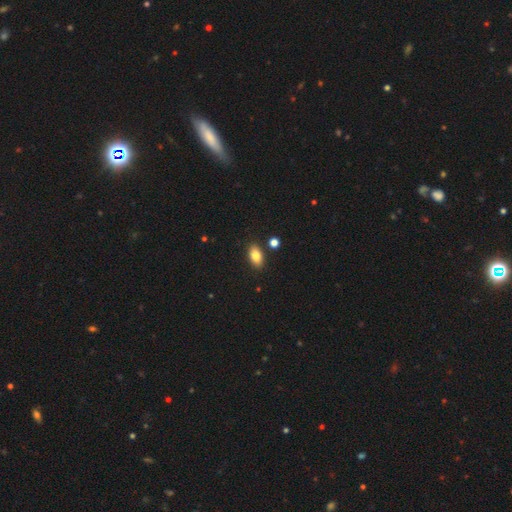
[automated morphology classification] Smooth or featured: smooth — 82% (featured or disk — 9%)
How rounded: in between — 90% (round — 6%)
Merging: none — 85% (minor disturbance — 9%)